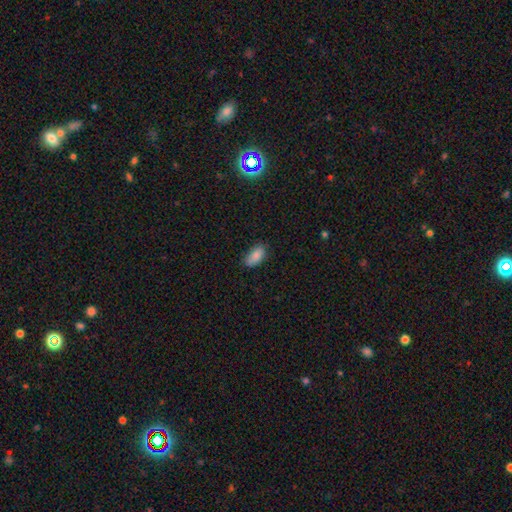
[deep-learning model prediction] This appears to be a smooth galaxy with no disk features (87%) that is in between round and cigar-shaped (92%). Merging: none (77%).